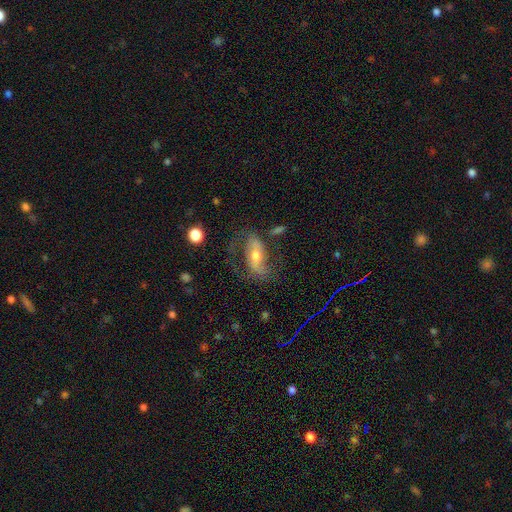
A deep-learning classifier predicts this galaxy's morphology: The model was most divided on "bar": strong: 39%, weak: 31%, no: 30%. More confident: edge-on disk — no (89%); spiral arms — yes (82%); smooth or featured — featured or disk (68%); merging — none (61%); bulge size — moderate (59%).